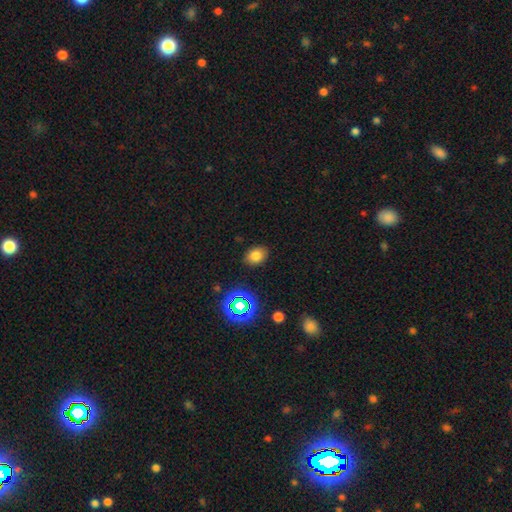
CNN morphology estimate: smooth 76%, star or artifact 17%, featured or disk 8%. Down the decision tree: how rounded — in between (63%); merging — none (86%).